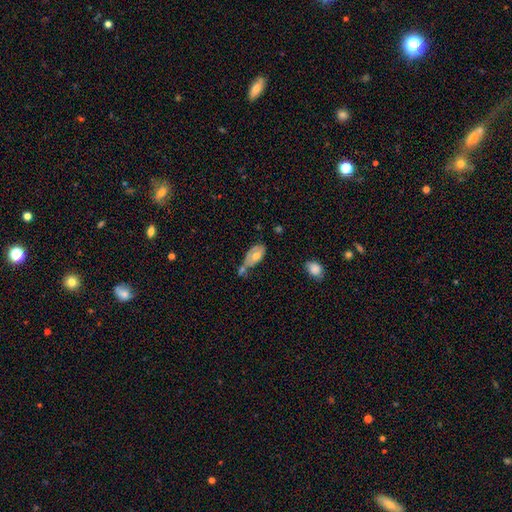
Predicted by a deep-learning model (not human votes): smooth_or_featured: smooth (p=0.59) [alt: featured or disk p=0.35]
how_rounded: in between (p=0.92) [alt: round p=0.05]
merging: none (p=0.31) [alt: merger p=0.29]